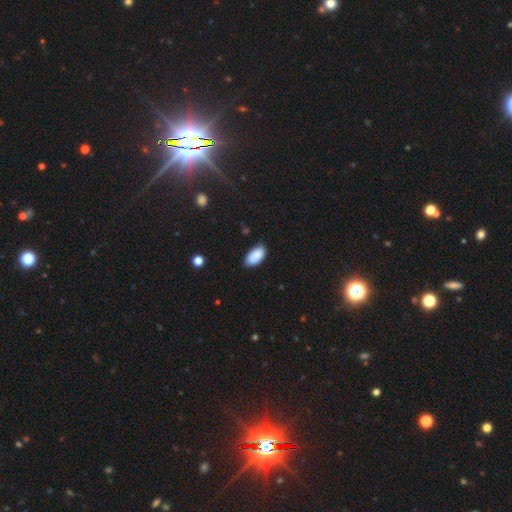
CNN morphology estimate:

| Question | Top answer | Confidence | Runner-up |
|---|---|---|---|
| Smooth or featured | smooth | 88% | star or artifact (7%) |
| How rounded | in between | 95% | round (3%) |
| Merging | none | 74% | minor disturbance (21%) |